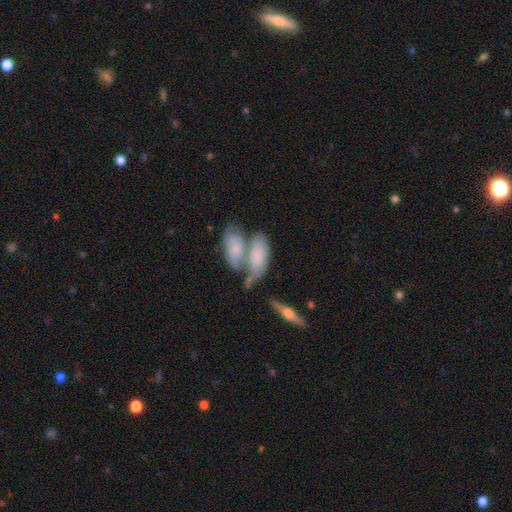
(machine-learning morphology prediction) Smooth or featured? smooth (68%)
How rounded? in between (87%)
Merging? merger (54%)